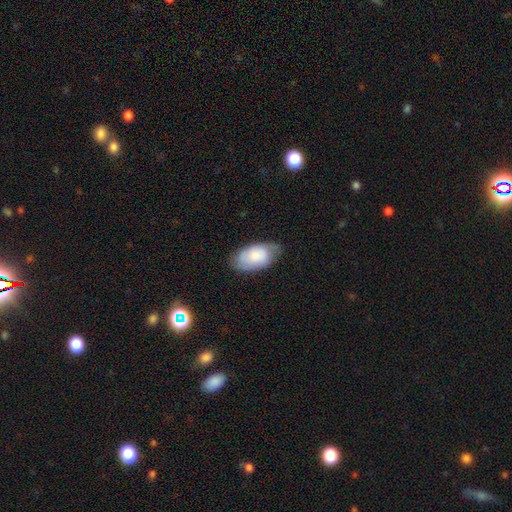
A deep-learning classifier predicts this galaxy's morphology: Smooth or featured?
  - smooth: 73% *
  - featured or disk: 21%
  - star or artifact: 6%
How rounded?
  - in between: 94% *
  - round: 4%
  - cigar-shaped: 2%
Merging?
  - none: 66% *
  - minor disturbance: 26%
  - major disturbance: 6%
  - merger: 1%